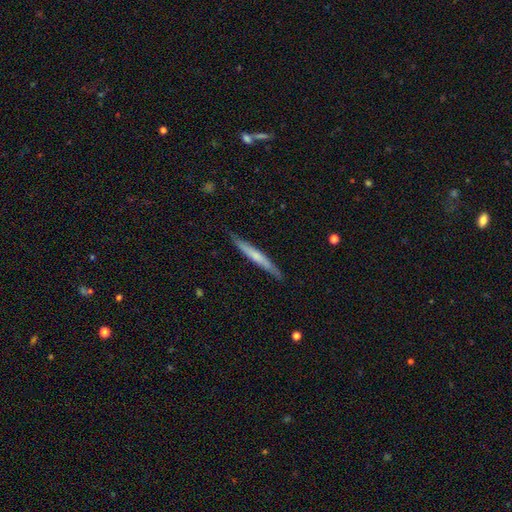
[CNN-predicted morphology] Q: Smooth or featured?
A: smooth (51%); runner-up: featured or disk (44%)
Q: How rounded?
A: cigar-shaped (96%); runner-up: in between (3%)
Q: Merging?
A: none (86%); runner-up: minor disturbance (11%)